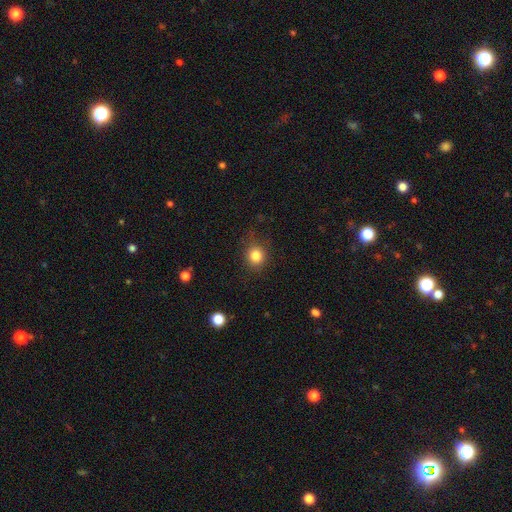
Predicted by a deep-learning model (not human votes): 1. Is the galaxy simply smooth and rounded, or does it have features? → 83% smooth, 11% star or artifact, 6% featured or disk.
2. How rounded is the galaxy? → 84% round, 15% in between, 1% cigar-shaped.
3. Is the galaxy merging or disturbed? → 80% none, 14% minor disturbance, 5% major disturbance, 1% merger.